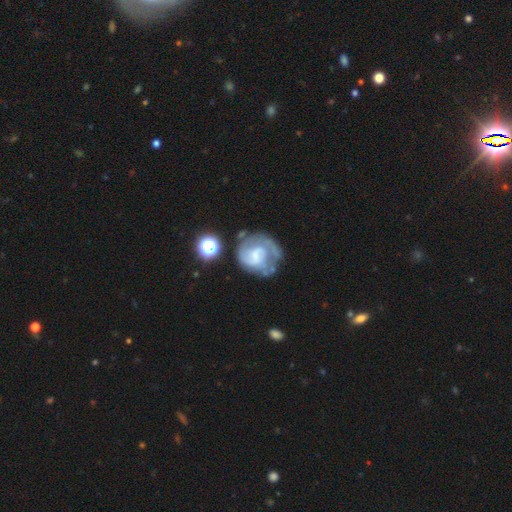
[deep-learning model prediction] Q: Smooth or featured?
A: featured or disk (74%); runner-up: smooth (19%)
Q: Edge-on disk?
A: no (98%); runner-up: yes (2%)
Q: Bar?
A: no (45%); tied with: weak (45%)
Q: Spiral arms?
A: yes (85%); runner-up: no (15%)
Q: Spiral winding?
A: tight (47%); runner-up: medium (37%)
Q: Spiral arm count?
A: 2 (42%); runner-up: can't tell (28%)
Q: Bulge size?
A: small (45%); runner-up: moderate (26%)
Q: Merging?
A: none (50%); runner-up: minor disturbance (22%)